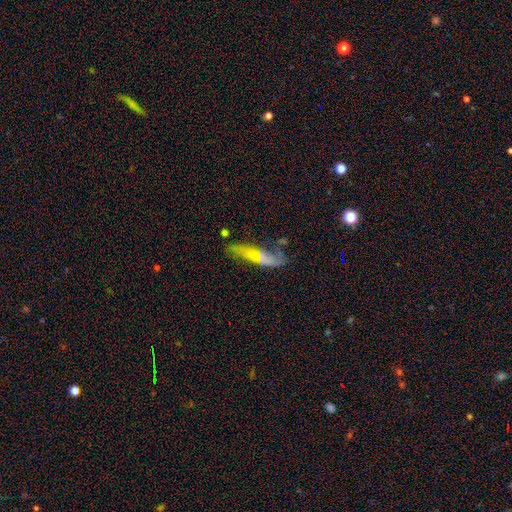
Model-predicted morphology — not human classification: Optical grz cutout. It shows a featured or disk galaxy (45%, tied with smooth). Merging: none (45%).